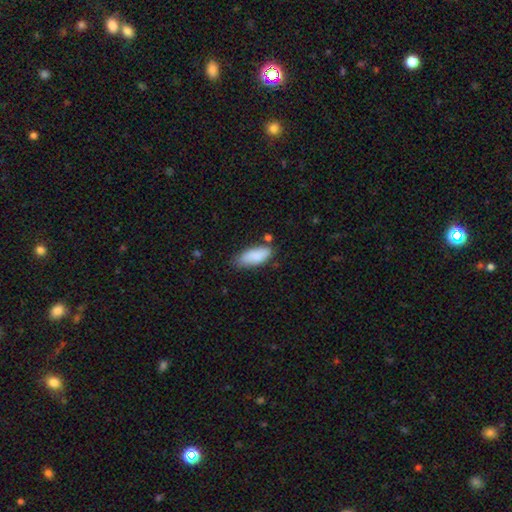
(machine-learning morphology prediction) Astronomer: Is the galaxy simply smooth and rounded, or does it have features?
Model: smooth — 86%.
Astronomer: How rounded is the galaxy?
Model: in between — 81%.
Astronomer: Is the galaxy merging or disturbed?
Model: none — 68%.